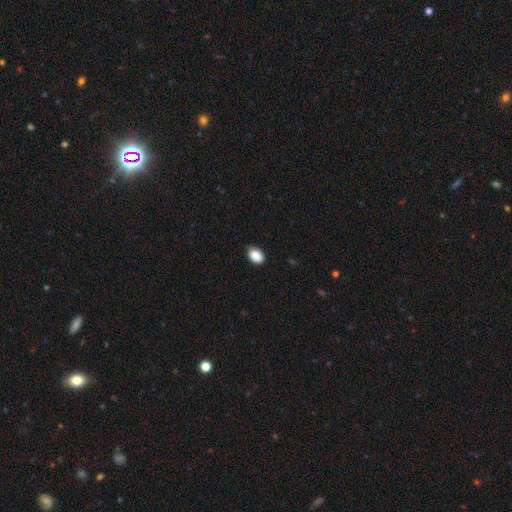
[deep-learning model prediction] A smooth galaxy with no disk features (89%) that is in between round and cigar-shaped (83%).

Vote fractions:
- Smooth or featured? smooth: 89% / star or artifact: 8% / featured or disk: 4%
- How rounded? in between: 83% / round: 16% / cigar-shaped: 1%
- Merging? none: 83% / minor disturbance: 14% / major disturbance: 2% / merger: 1%